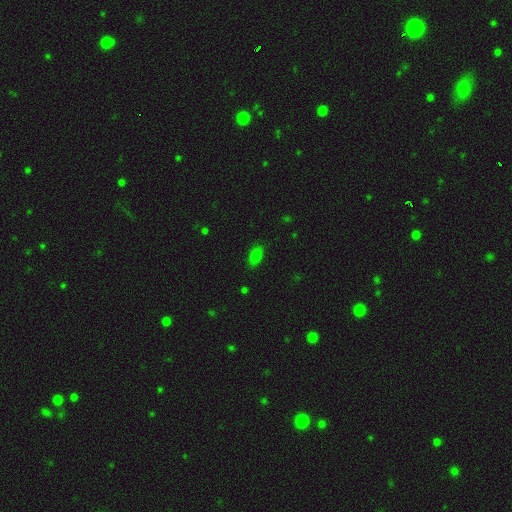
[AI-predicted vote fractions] Morphology: type=smooth (79%); roundness=in between (87%); merging=none (85%).